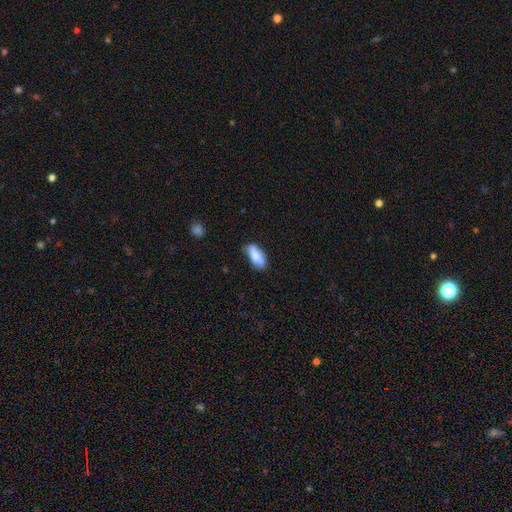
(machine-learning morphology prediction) smooth 76%, featured or disk 17%, star or artifact 7%. Down the decision tree: how rounded — in between (75%); merging — none (65%).